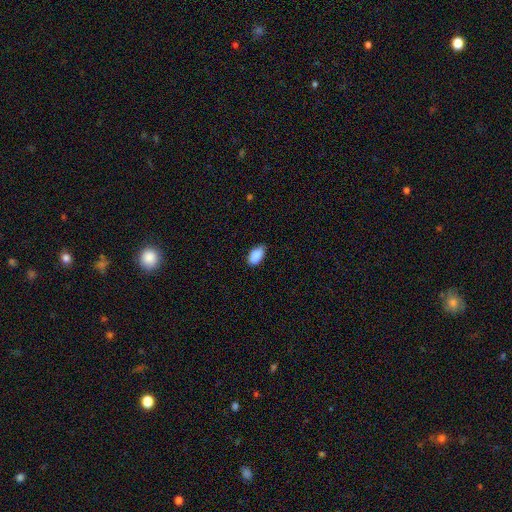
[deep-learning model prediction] smooth 89%, star or artifact 7%, featured or disk 4%. Down the decision tree: how rounded — in between (93%); merging — none (68%).